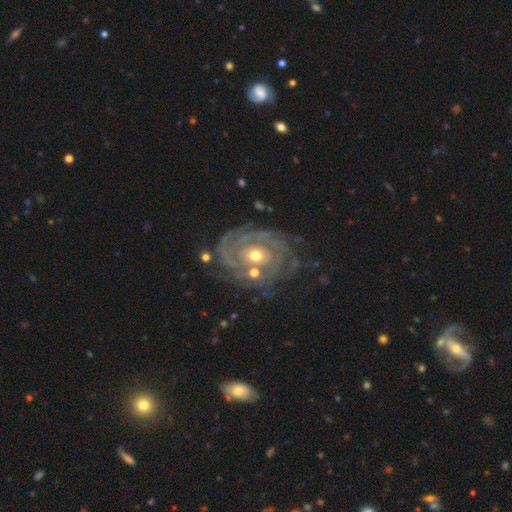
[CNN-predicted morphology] Smooth or featured: featured or disk — 88% (smooth — 6%)
Edge-on disk: no — 97% (yes — 3%)
Bar: no — 81% (weak — 14%)
Spiral arms: yes — 95% (no — 5%)
Spiral winding: tight — 80% (medium — 16%)
Spiral arm count: can't tell — 28% (3 — 21%)
Bulge size: moderate — 63% (small — 31%)
Merging: none — 69% (minor disturbance — 18%)